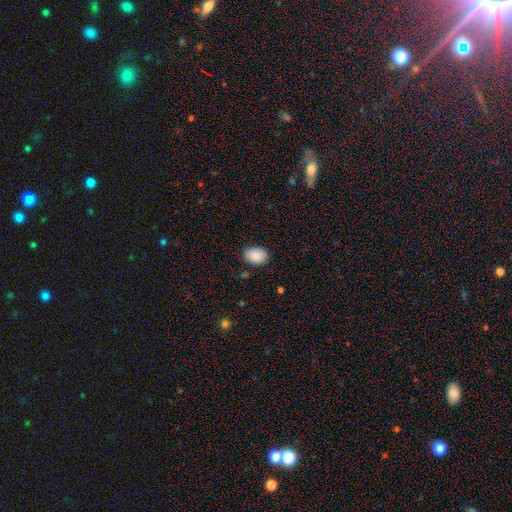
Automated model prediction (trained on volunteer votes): The model was most divided on "how rounded": in between: 77%, round: 22%, cigar-shaped: 1%. More confident: smooth or featured — smooth (89%); merging — none (86%).